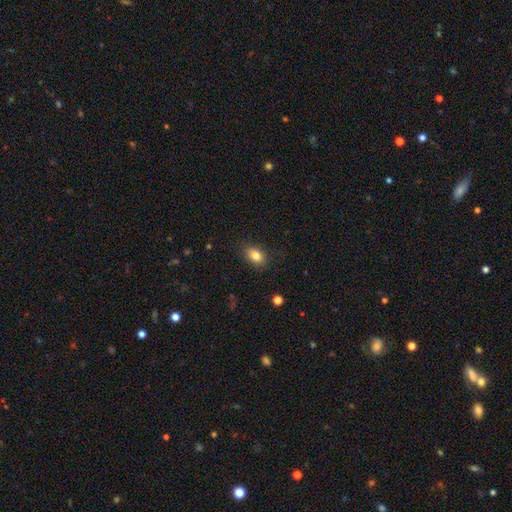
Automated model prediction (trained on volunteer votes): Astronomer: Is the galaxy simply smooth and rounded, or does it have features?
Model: smooth — 83%.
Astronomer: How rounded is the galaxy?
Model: in between — 81%.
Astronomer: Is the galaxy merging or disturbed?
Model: none — 85%.